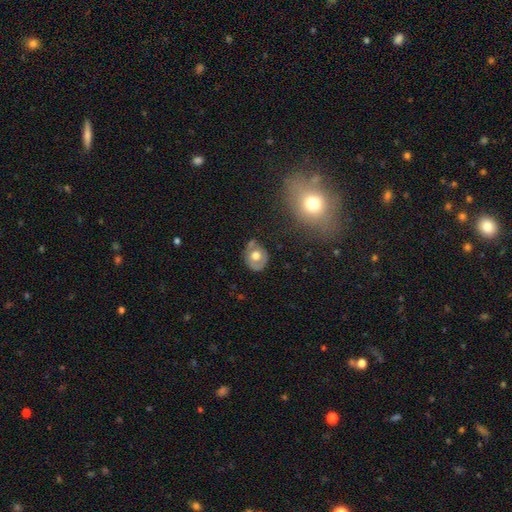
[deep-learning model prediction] A smooth galaxy with no disk features (57%) that is round (69%).

Vote fractions:
- Smooth or featured? smooth: 57% / featured or disk: 35% / star or artifact: 9%
- How rounded? round: 69% / in between: 29% / cigar-shaped: 1%
- Merging? none: 61% / minor disturbance: 22% / merger: 9% / major disturbance: 8%